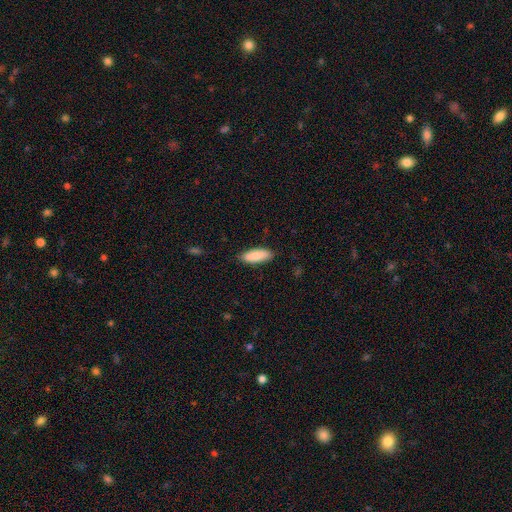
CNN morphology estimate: Smooth or featured: smooth — 87% (featured or disk — 7%)
How rounded: in between — 65% (cigar-shaped — 33%)
Merging: none — 86% (minor disturbance — 11%)